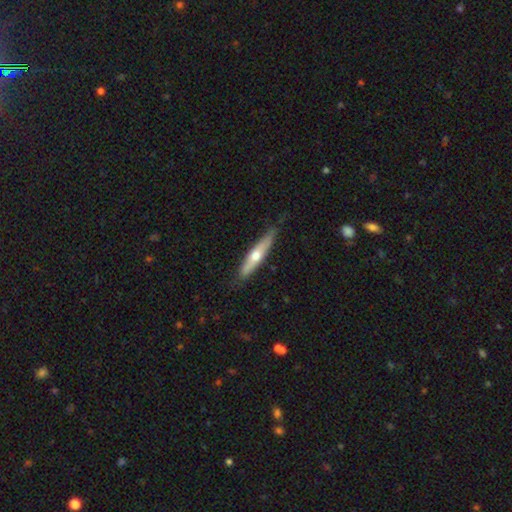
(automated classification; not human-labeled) featured or disk 52%, smooth 43%, star or artifact 5%. Down the decision tree: edge-on disk — yes (89%); merging — none (80%).